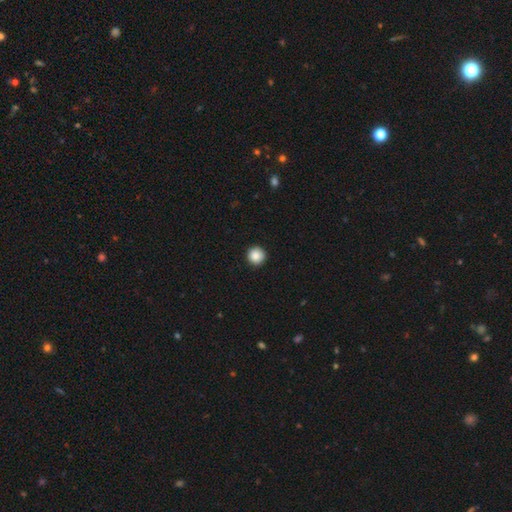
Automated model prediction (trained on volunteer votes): A smooth galaxy with no disk features (87%) that is round (96%). Merging: none (93%).